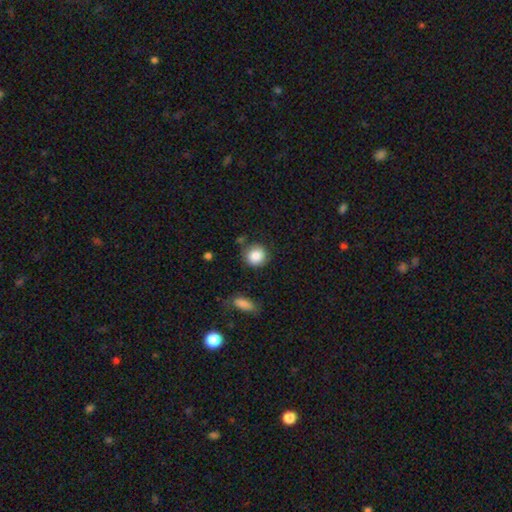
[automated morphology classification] Smooth or featured?
  - smooth: 86% *
  - star or artifact: 8%
  - featured or disk: 7%
How rounded?
  - round: 88% *
  - in between: 11%
  - cigar-shaped: 1%
Merging?
  - none: 77% *
  - minor disturbance: 15%
  - merger: 4%
  - major disturbance: 4%